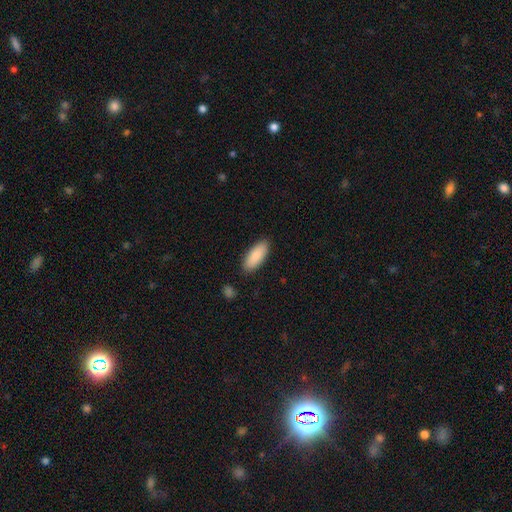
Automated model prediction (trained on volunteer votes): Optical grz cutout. It shows a smooth galaxy with no disk features (88%) that is in between round and cigar-shaped (81%). Merging: none (88%).